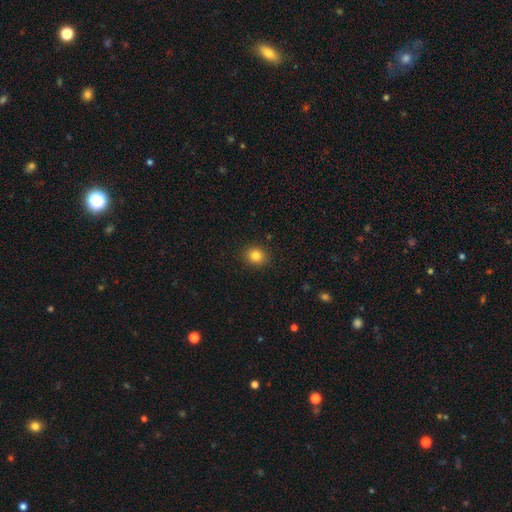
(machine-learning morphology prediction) Q: Smooth or featured?
A: smooth (84%); runner-up: star or artifact (11%)
Q: How rounded?
A: round (76%); runner-up: in between (23%)
Q: Merging?
A: none (91%); runner-up: minor disturbance (6%)